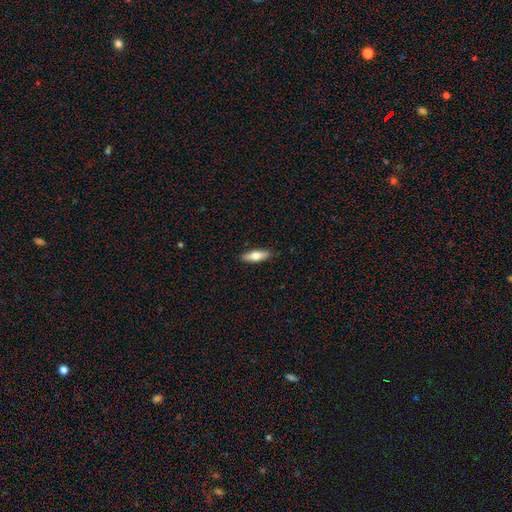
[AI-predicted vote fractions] This appears to be a smooth galaxy with no disk features (68%) that is in between round and cigar-shaped (55%). Merging: none (89%).